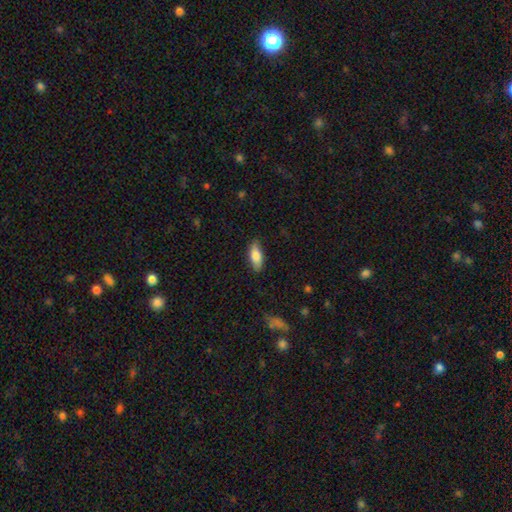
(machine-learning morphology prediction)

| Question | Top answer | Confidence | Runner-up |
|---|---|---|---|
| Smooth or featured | smooth | 81% | featured or disk (13%) |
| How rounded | in between | 75% | cigar-shaped (22%) |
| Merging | none | 83% | minor disturbance (14%) |